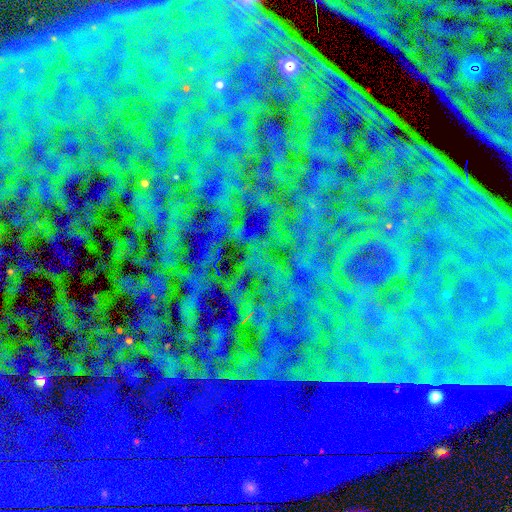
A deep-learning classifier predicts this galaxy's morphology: star or artifact 86%, smooth 7%, featured or disk 7%.